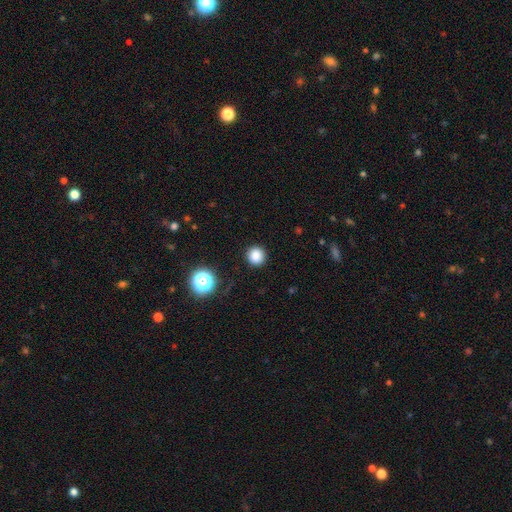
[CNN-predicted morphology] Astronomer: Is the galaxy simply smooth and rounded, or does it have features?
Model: smooth — 84%.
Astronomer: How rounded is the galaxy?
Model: round — 94%.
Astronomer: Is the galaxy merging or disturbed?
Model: none — 91%.